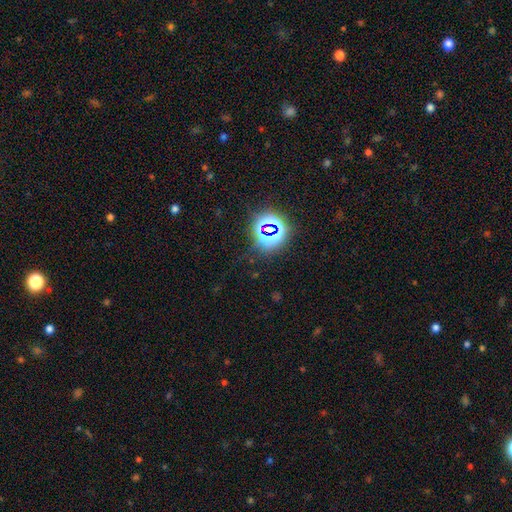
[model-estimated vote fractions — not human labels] This appears to be a star or artifact, not a galaxy (79%).